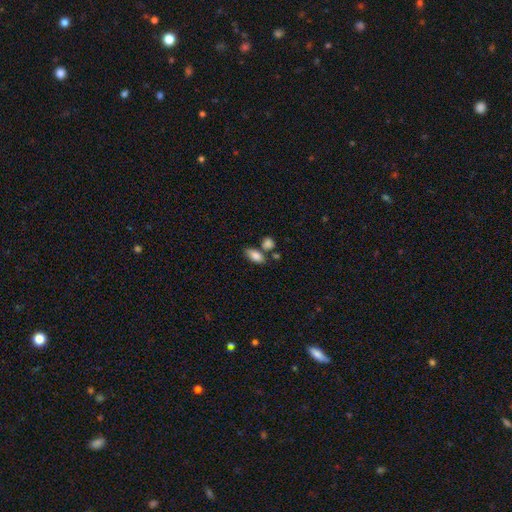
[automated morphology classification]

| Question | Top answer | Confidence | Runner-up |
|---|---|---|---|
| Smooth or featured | smooth | 84% | featured or disk (8%) |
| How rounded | in between | 89% | round (6%) |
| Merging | none | 60% | merger (21%) |